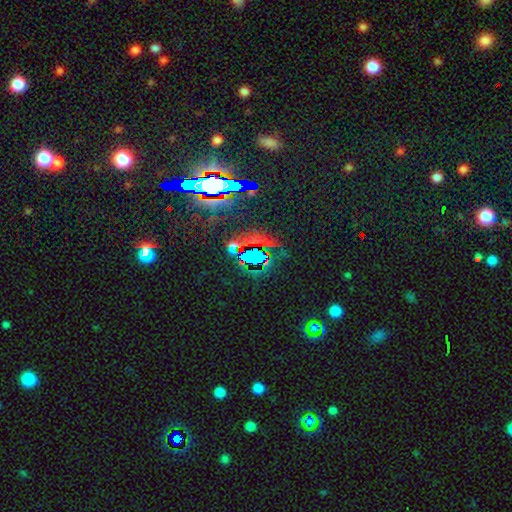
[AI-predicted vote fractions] Q: Smooth or featured?
A: star or artifact (77%); runner-up: smooth (13%)